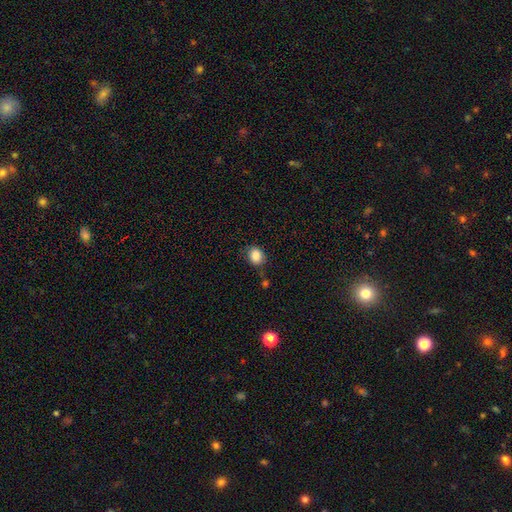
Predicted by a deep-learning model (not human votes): A smooth galaxy with no disk features (86%) that is round (61%). Merging: none (75%).